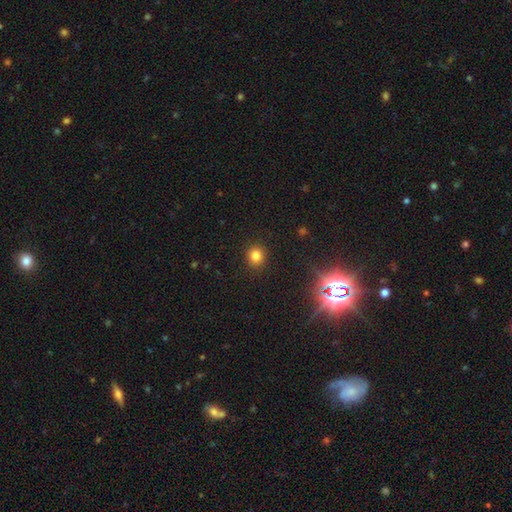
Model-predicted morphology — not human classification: smooth-or-featured: smooth: 80% | star or artifact: 15% | featured or disk: 5%
  how-rounded: round: 86% | in between: 13% | cigar-shaped: 1%
  merging: none: 91% | minor disturbance: 6% | major disturbance: 2% | merger: 1%